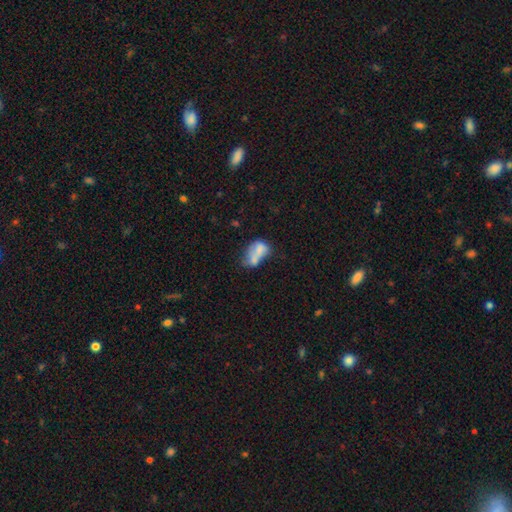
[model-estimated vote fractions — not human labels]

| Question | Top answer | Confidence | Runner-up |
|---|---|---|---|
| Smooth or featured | smooth | 62% | featured or disk (28%) |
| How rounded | in between | 82% | round (15%) |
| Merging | merger | 47% | none (20%) |